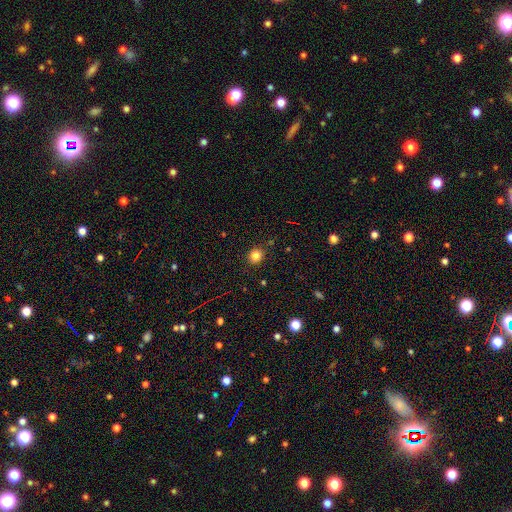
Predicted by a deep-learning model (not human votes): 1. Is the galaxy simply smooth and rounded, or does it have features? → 82% smooth, 13% star or artifact, 5% featured or disk.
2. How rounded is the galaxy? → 84% round, 15% in between, 1% cigar-shaped.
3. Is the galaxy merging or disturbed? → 89% none, 7% minor disturbance, 2% major disturbance, 2% merger.